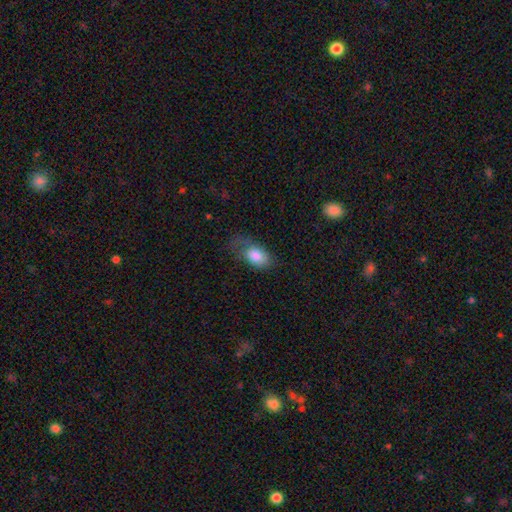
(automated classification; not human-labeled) Smooth or featured?
  - smooth: 78% *
  - featured or disk: 15%
  - star or artifact: 7%
How rounded?
  - in between: 88% *
  - round: 10%
  - cigar-shaped: 2%
Merging?
  - none: 37% *
  - major disturbance: 31%
  - minor disturbance: 30%
  - merger: 2%